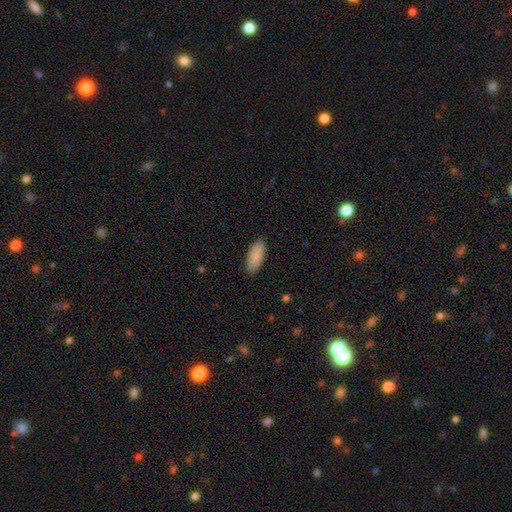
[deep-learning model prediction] smooth-or-featured: smooth: 89% | star or artifact: 6% | featured or disk: 5%
  how-rounded: in between: 87% | cigar-shaped: 12% | round: 2%
  merging: none: 87% | minor disturbance: 10% | major disturbance: 2% | merger: 1%